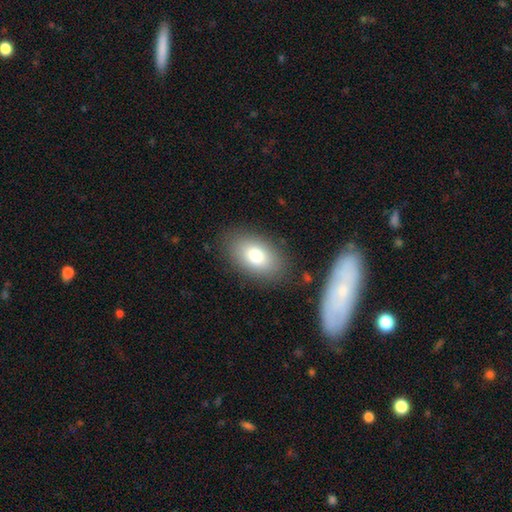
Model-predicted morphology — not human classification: Smooth or featured?
  - smooth: 78% *
  - featured or disk: 13%
  - star or artifact: 9%
How rounded?
  - in between: 88% *
  - round: 10%
  - cigar-shaped: 2%
Merging?
  - none: 84% *
  - minor disturbance: 11%
  - major disturbance: 4%
  - merger: 2%